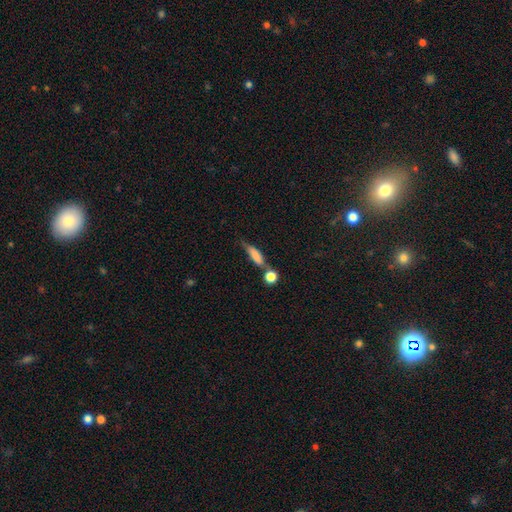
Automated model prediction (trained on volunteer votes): This appears to be a smooth galaxy with no disk features (71%) that is cigar-shaped (55%). Merging: none (44%).